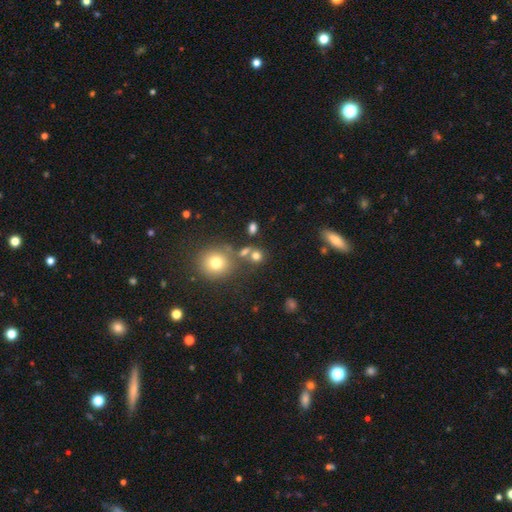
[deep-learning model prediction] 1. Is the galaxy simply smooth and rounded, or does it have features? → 73% smooth, 17% star or artifact, 10% featured or disk.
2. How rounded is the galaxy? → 82% round, 16% in between, 1% cigar-shaped.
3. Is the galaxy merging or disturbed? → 62% none, 23% merger, 9% minor disturbance, 5% major disturbance.